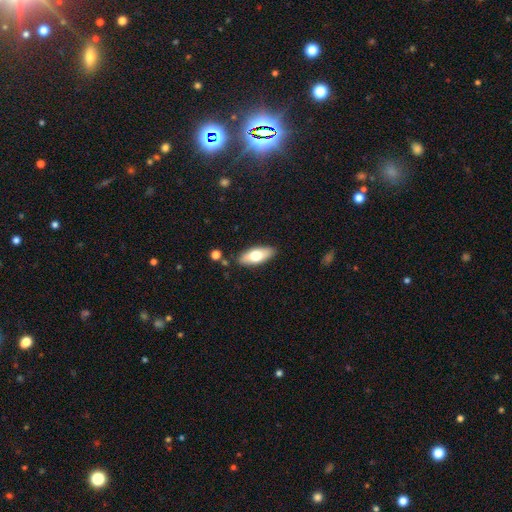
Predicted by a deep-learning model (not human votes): This is likely a smooth galaxy (67%). How rounded: likely in between (78%). Merging: clearly none (86%).